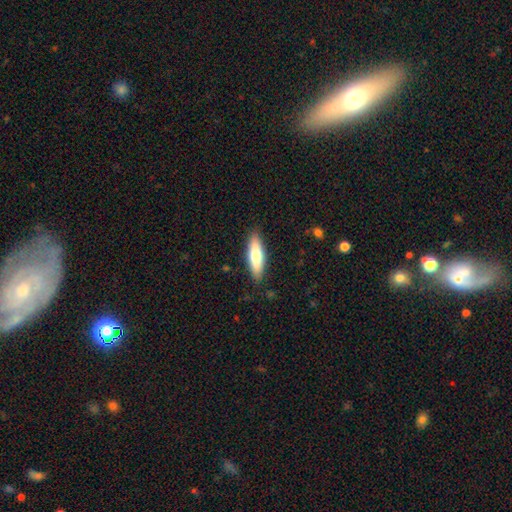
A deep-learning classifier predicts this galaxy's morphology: Smooth or featured? smooth (69%)
How rounded? cigar-shaped (58%)
Merging? none (87%)